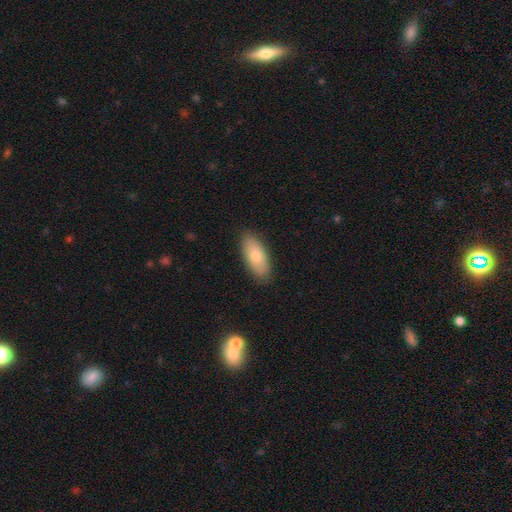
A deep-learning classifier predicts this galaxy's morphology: smooth 74%, featured or disk 19%, star or artifact 7%. Down the decision tree: how rounded — in between (84%); merging — none (88%).